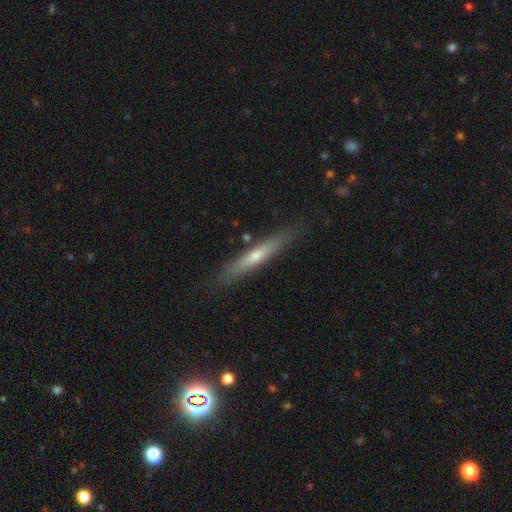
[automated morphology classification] smooth 49%, featured or disk 45%, star or artifact 6%. Down the decision tree: merging — none (84%).